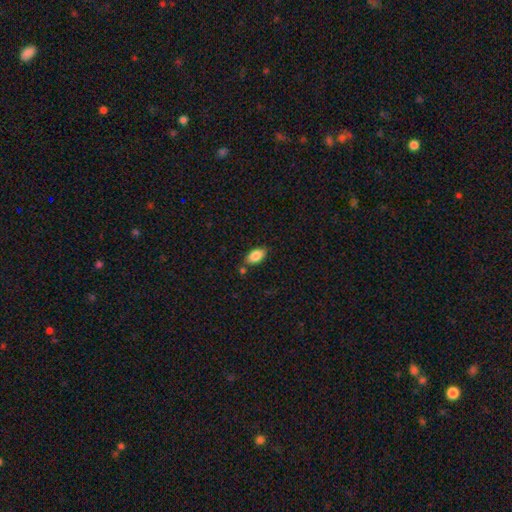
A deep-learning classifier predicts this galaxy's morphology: Smooth or featured? Predicted: smooth (p=0.87). How rounded? Predicted: in between (p=0.92). Merging? Predicted: none (p=0.76).